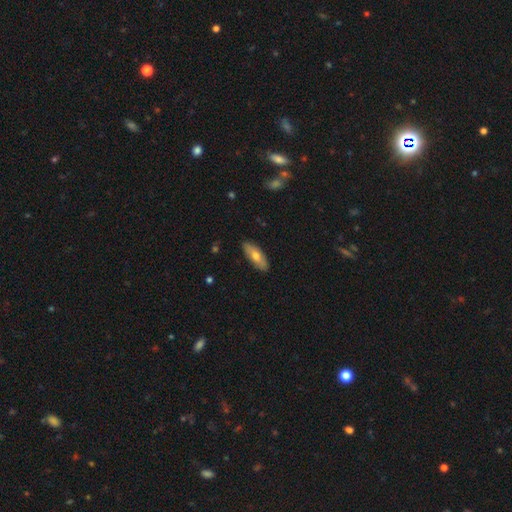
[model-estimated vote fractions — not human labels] Q: Smooth or featured?
A: smooth (66%); runner-up: featured or disk (29%)
Q: How rounded?
A: in between (68%); runner-up: cigar-shaped (29%)
Q: Merging?
A: none (88%); runner-up: minor disturbance (10%)